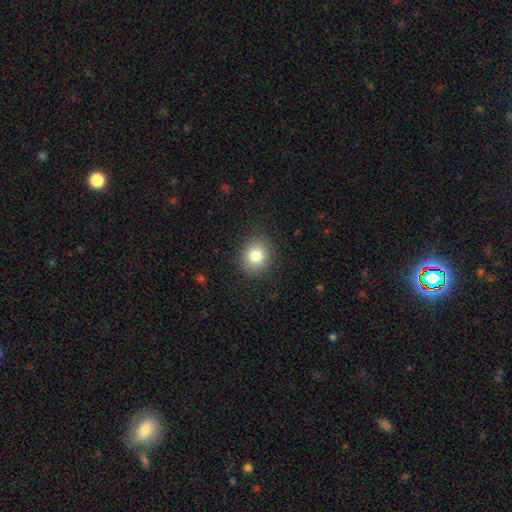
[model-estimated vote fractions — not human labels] Overall: smooth (81%). How rounded: round (74%). Merging: none (88%).